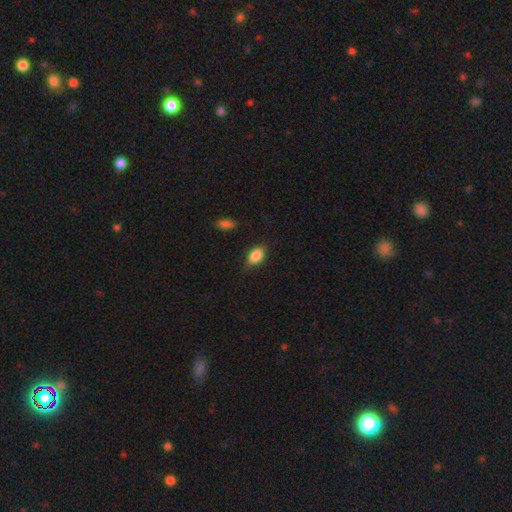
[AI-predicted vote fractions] Q: Smooth or featured?
A: smooth (86%); runner-up: star or artifact (8%)
Q: How rounded?
A: in between (87%); runner-up: round (10%)
Q: Merging?
A: none (80%); runner-up: minor disturbance (15%)